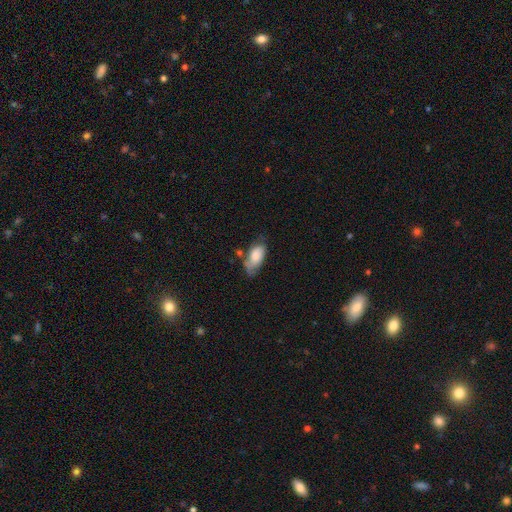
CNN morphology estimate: This is likely a smooth galaxy (78%). How rounded: clearly in between (90%). Merging: marginally none (41%).